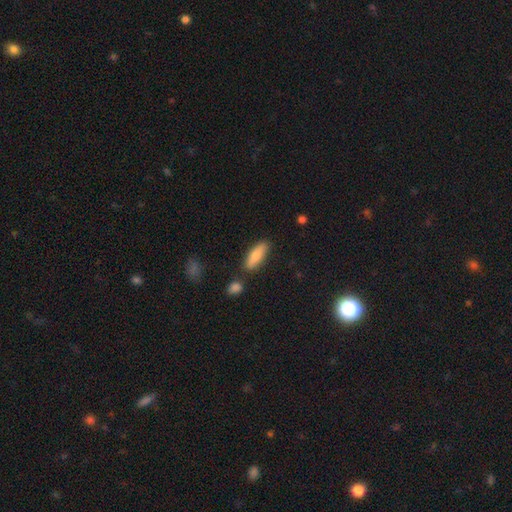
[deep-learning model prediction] smooth-or-featured: smooth: 80% | featured or disk: 14% | star or artifact: 6%
  how-rounded: in between: 53% | cigar-shaped: 44% | round: 2%
  merging: none: 79% | minor disturbance: 11% | merger: 7% | major disturbance: 3%